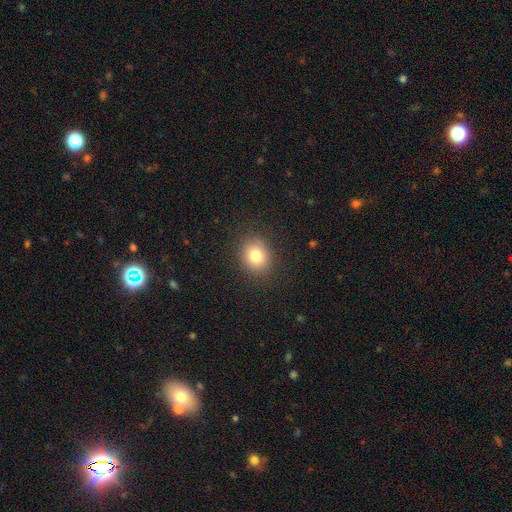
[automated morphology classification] smooth-or-featured: smooth: 80% | star or artifact: 11% | featured or disk: 9%
  how-rounded: round: 63% | in between: 36% | cigar-shaped: 1%
  merging: none: 87% | minor disturbance: 9% | major disturbance: 3% | merger: 1%